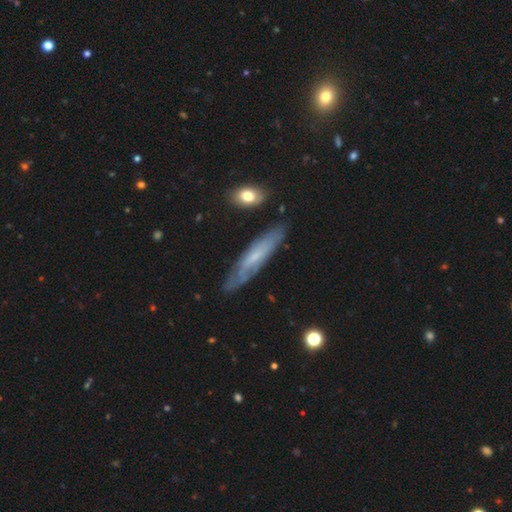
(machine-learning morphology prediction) A featured or disk galaxy (57%) viewed edge-on (54%). Merging: none (74%).